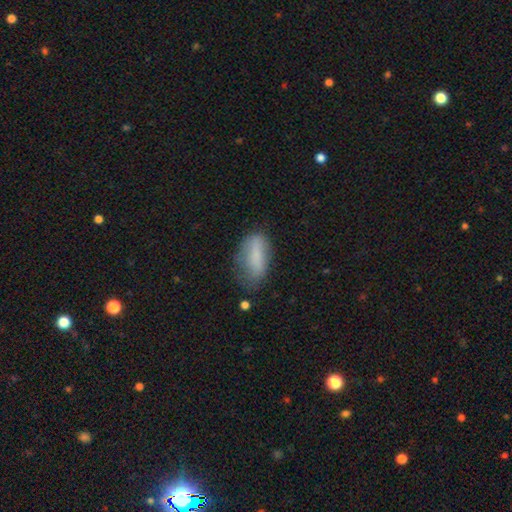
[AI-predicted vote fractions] Smooth or featured: smooth — 76% (featured or disk — 16%)
How rounded: in between — 81% (cigar-shaped — 16%)
Merging: none — 51% (minor disturbance — 32%)